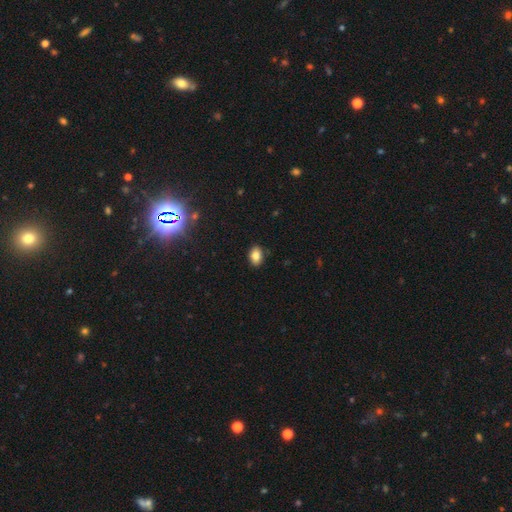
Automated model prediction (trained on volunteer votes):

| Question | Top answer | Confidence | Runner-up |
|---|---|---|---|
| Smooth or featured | smooth | 84% | star or artifact (9%) |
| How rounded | in between | 82% | round (17%) |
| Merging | none | 87% | minor disturbance (10%) |